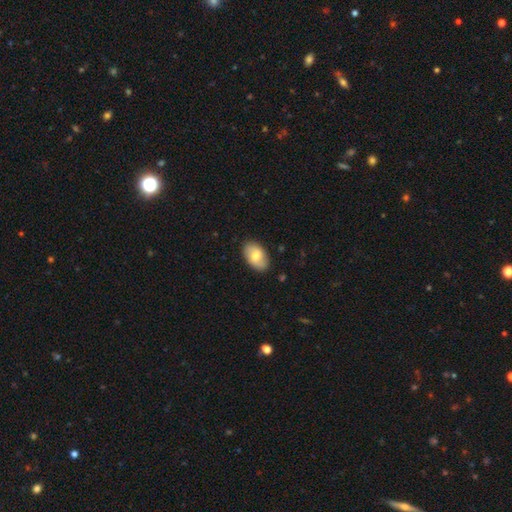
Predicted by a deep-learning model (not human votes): This appears to be a smooth galaxy with no disk features (65%) that is in between round and cigar-shaped (91%). Merging: none (85%).